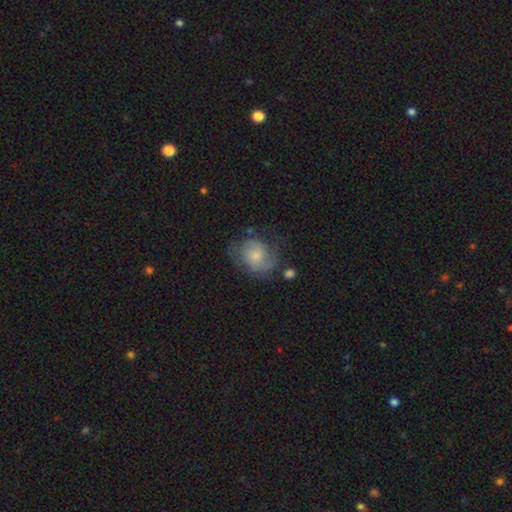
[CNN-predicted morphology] Smooth or featured? featured or disk (51%)
Edge-on disk? no (98%)
Bar? no (75%)
Spiral arms? yes (81%)
Bulge size? small (59%)
Merging? none (52%)